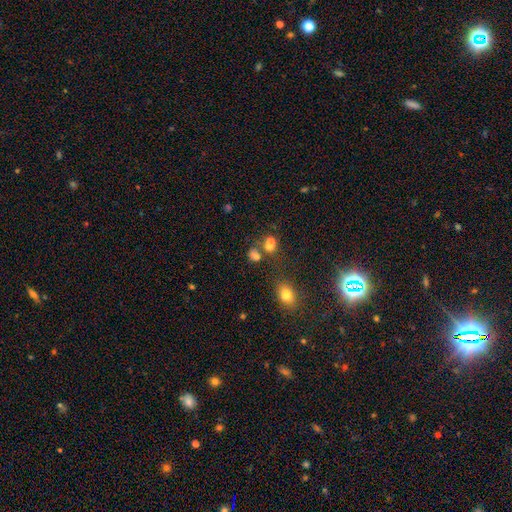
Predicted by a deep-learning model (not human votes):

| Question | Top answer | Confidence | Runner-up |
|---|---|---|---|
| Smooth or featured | smooth | 66% | star or artifact (21%) |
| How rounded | round | 57% | in between (42%) |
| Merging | none | 42% | merger (38%) |